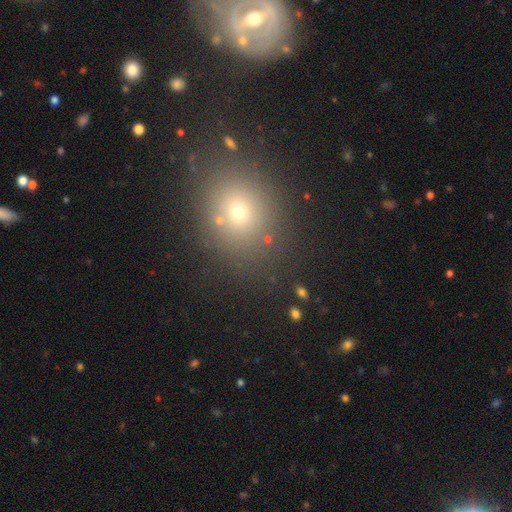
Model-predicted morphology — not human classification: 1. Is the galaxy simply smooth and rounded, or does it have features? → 51% smooth, 35% star or artifact, 13% featured or disk.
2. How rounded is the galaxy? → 65% round, 34% in between, 2% cigar-shaped.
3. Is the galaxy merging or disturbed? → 81% none, 9% minor disturbance, 6% merger, 4% major disturbance.